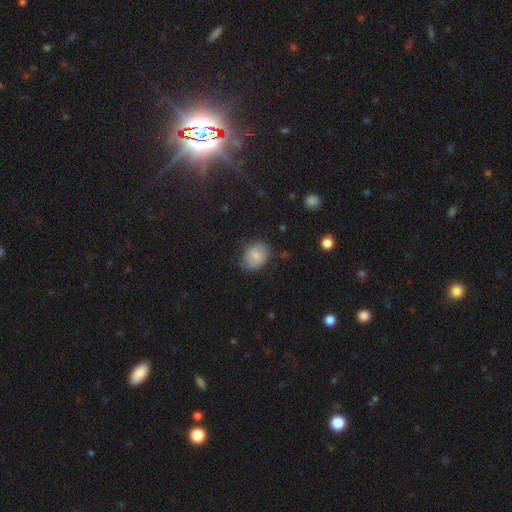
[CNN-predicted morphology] type=smooth (74%); roundness=round (50%); merging=none (67%).